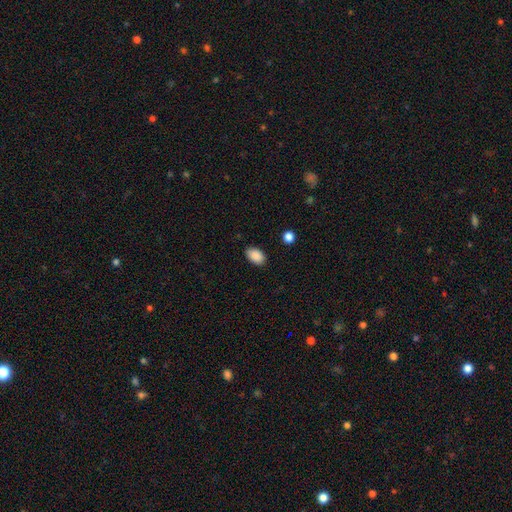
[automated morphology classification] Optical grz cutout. It shows a smooth galaxy with no disk features (89%) that is in between round and cigar-shaped (90%). Merging: none (85%).